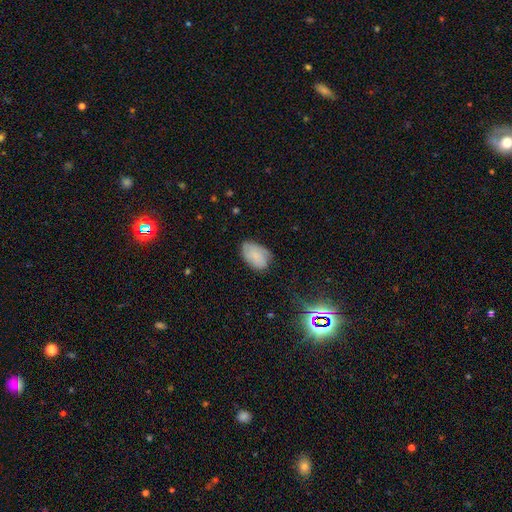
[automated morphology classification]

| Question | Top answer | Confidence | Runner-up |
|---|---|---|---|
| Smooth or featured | smooth | 70% | featured or disk (21%) |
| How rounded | in between | 91% | round (8%) |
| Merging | none | 64% | minor disturbance (27%) |